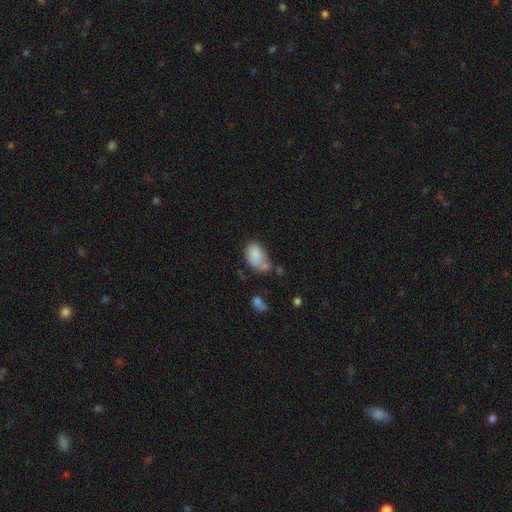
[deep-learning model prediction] A smooth galaxy with no disk features (81%) that is in between round and cigar-shaped (88%).

Vote fractions:
- Smooth or featured? smooth: 81% / featured or disk: 11% / star or artifact: 8%
- How rounded? in between: 88% / round: 10% / cigar-shaped: 1%
- Merging? none: 39% / minor disturbance: 26% / merger: 25% / major disturbance: 11%